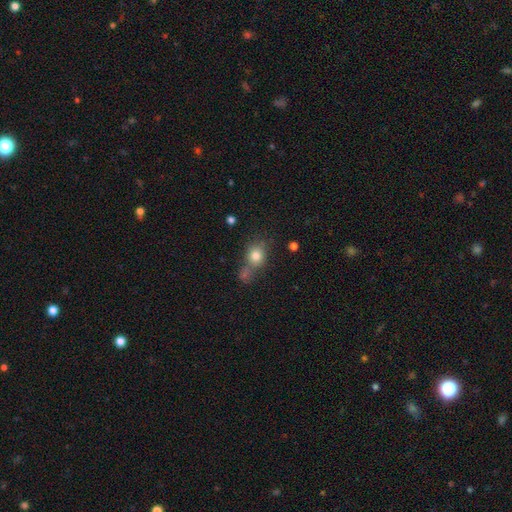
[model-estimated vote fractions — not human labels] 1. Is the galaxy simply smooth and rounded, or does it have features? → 79% smooth, 12% star or artifact, 9% featured or disk.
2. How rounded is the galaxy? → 67% round, 31% in between, 1% cigar-shaped.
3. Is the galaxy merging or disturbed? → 53% none, 27% merger, 14% minor disturbance, 7% major disturbance.